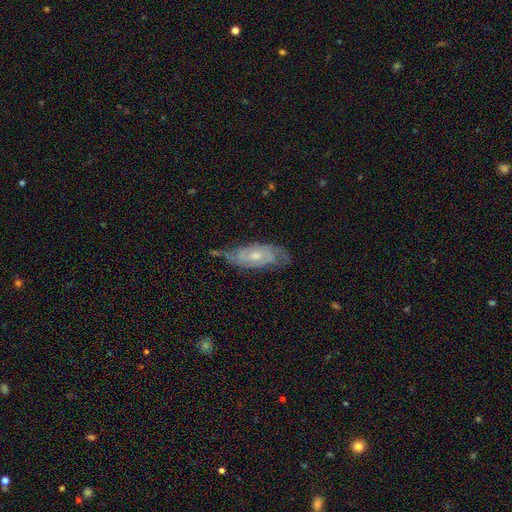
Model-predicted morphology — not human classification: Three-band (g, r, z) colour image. It shows a featured or disk galaxy (79%) with no bar (61%), 2 (58%) tight (53%) spiral arms (93%) and a moderate central bulge (47%, tied with small). Merging: none (64%).